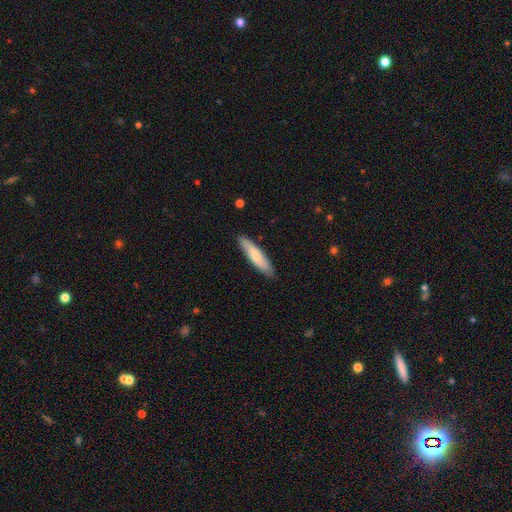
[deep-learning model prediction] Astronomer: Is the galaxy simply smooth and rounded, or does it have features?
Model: smooth — 70%.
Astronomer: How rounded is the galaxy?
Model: cigar-shaped — 78%.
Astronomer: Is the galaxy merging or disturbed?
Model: none — 87%.